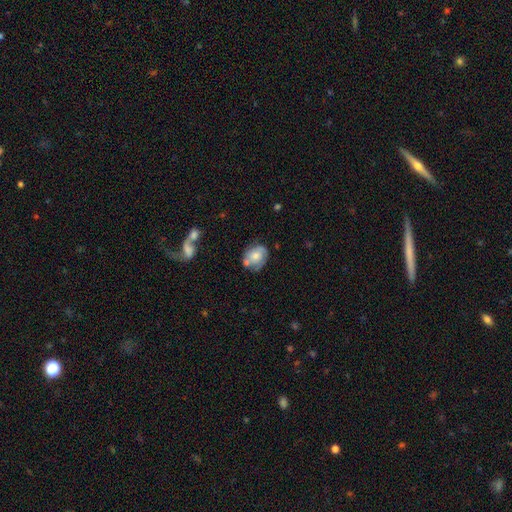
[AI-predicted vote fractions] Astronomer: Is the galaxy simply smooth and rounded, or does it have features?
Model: smooth — 51% (runner-up: featured or disk, 41%).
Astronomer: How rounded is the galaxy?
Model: round — 55% (runner-up: in between, 44%).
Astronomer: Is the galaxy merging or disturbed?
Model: none — 52%.